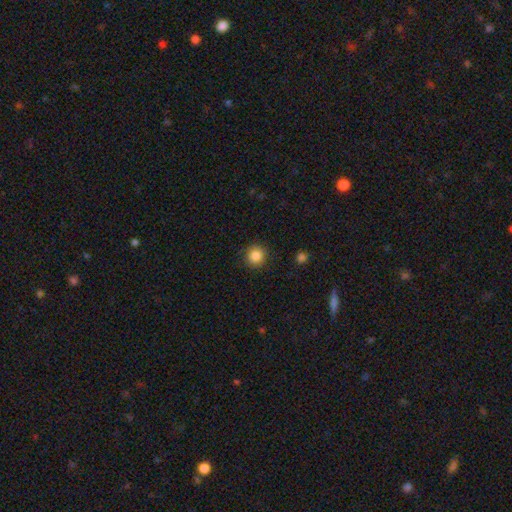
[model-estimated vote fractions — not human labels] Smooth or featured? smooth (86%)
How rounded? round (92%)
Merging? none (89%)